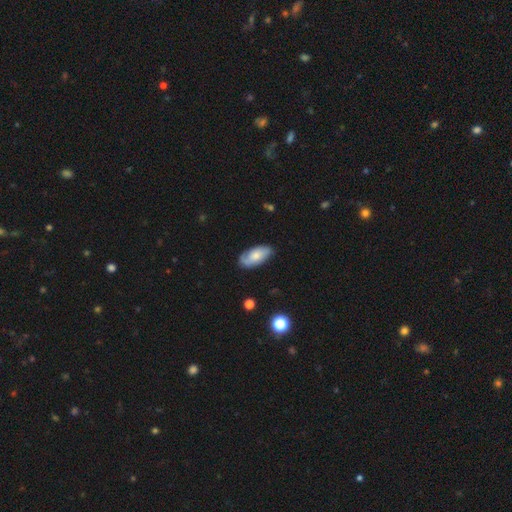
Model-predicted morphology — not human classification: A smooth galaxy with no disk features (53%) that is in between round and cigar-shaped (91%).

Vote fractions:
- Smooth or featured? smooth: 53% / featured or disk: 40% / star or artifact: 7%
- How rounded? in between: 91% / cigar-shaped: 6% / round: 3%
- Merging? none: 70% / minor disturbance: 22% / major disturbance: 6% / merger: 2%